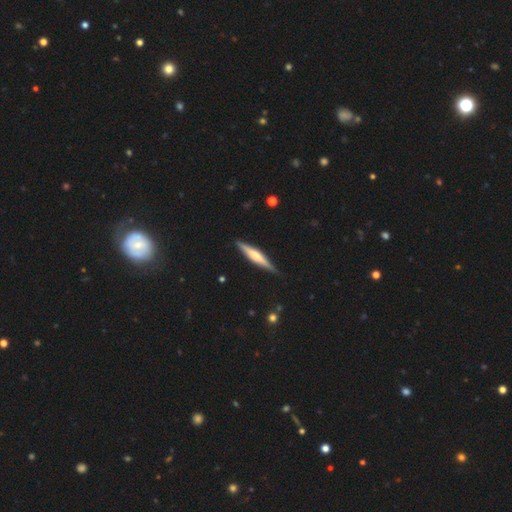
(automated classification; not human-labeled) smooth-or-featured: featured or disk: 63% | smooth: 31% | star or artifact: 5%
  disk-edge-on: yes: 97% | no: 3%
    edge-on-bulge: rounded: 66% | boxy: 21% | none: 13%
  merging: none: 89% | minor disturbance: 8% | major disturbance: 2% | merger: 1%